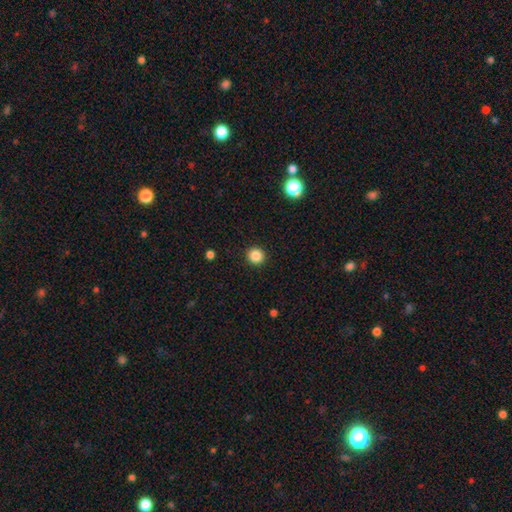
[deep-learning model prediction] This appears to be a smooth galaxy with no disk features (86%) that is round (95%). Merging: none (93%).